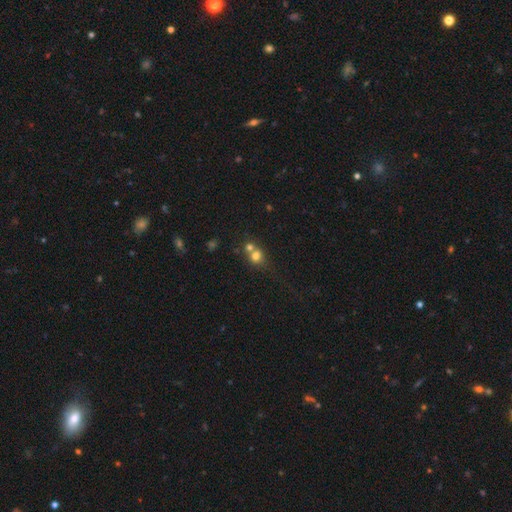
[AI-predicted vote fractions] Overall: smooth (72%). How rounded: round (79%). Merging: merger (54%; none 36%).